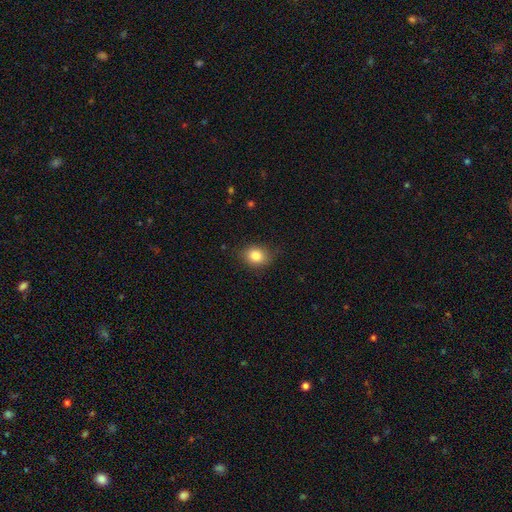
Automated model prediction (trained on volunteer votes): Smooth or featured?
  - smooth: 84% *
  - star or artifact: 9%
  - featured or disk: 6%
How rounded?
  - round: 54% *
  - in between: 45%
  - cigar-shaped: 1%
Merging?
  - none: 81% *
  - minor disturbance: 14%
  - major disturbance: 3%
  - merger: 1%